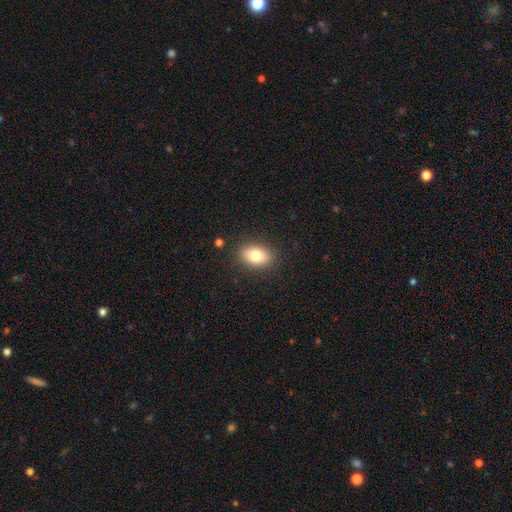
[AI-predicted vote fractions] This appears to be a smooth galaxy with no disk features (79%) that is in between round and cigar-shaped (82%). Merging: none (87%).